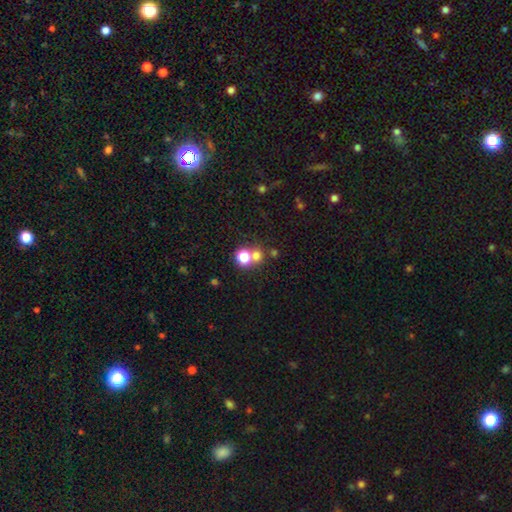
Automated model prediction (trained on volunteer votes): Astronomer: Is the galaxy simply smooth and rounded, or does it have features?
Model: smooth — 69%.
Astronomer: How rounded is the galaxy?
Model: round — 85%.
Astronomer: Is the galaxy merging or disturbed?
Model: none — 51% (runner-up: merger, 38%).